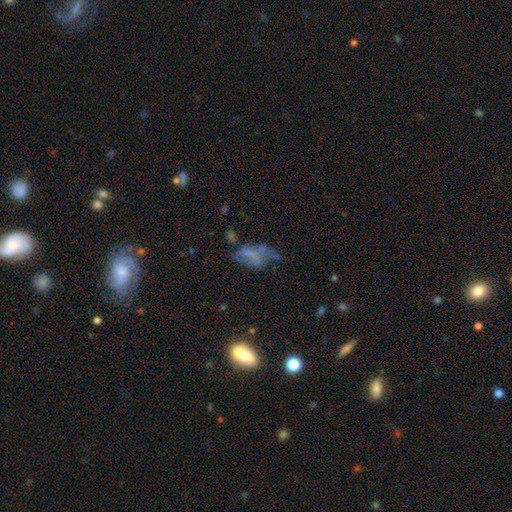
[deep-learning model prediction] Q: Smooth or featured?
A: featured or disk (43%); runner-up: smooth (38%)
Q: Merging?
A: major disturbance (36%); runner-up: none (32%)